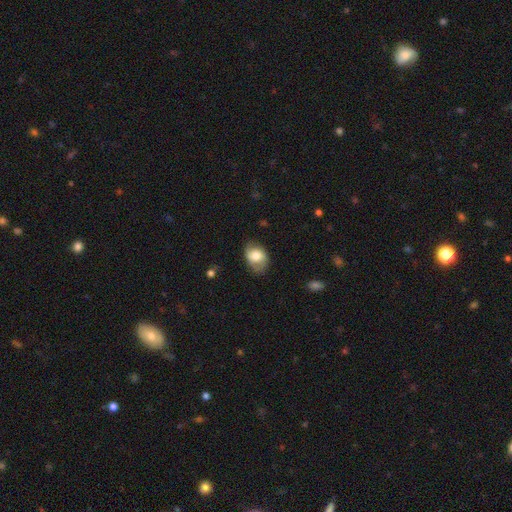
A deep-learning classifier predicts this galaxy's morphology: Overall: smooth (65%; featured or disk 28%). How rounded: in between (73%). Merging: none (68%).